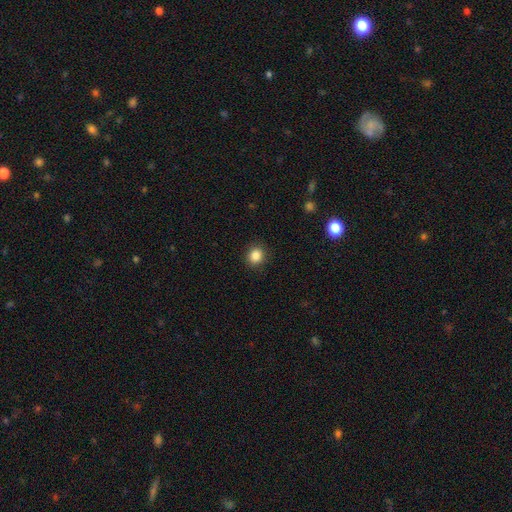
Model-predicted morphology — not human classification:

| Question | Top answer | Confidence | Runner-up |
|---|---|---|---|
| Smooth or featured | smooth | 86% | star or artifact (11%) |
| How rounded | round | 81% | in between (18%) |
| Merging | none | 91% | minor disturbance (6%) |